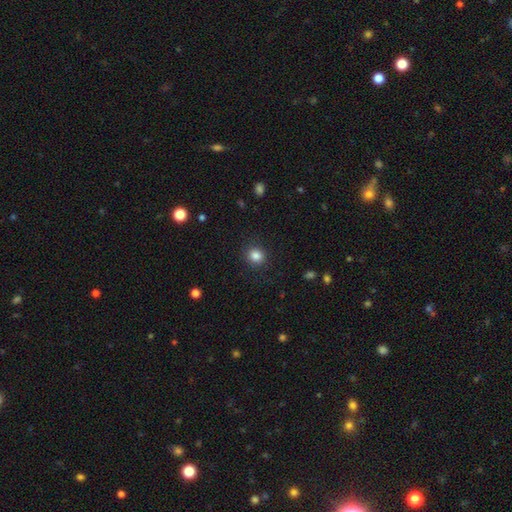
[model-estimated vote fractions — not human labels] Q: Smooth or featured?
A: smooth (85%); runner-up: star or artifact (11%)
Q: How rounded?
A: round (82%); runner-up: in between (17%)
Q: Merging?
A: none (89%); runner-up: minor disturbance (7%)